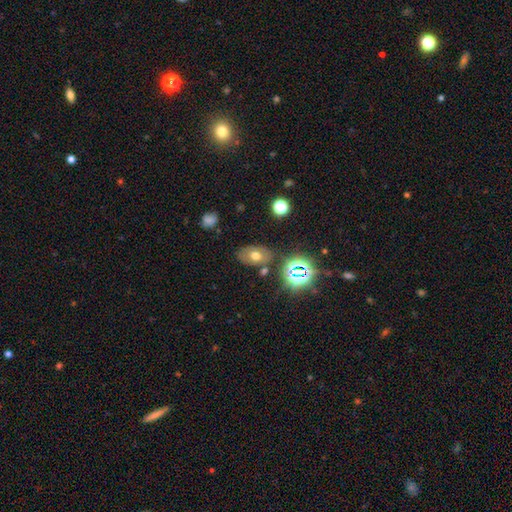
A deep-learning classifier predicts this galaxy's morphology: Overall: smooth (55%; featured or disk 25%). How rounded: in between (84%). Merging: none (73%).